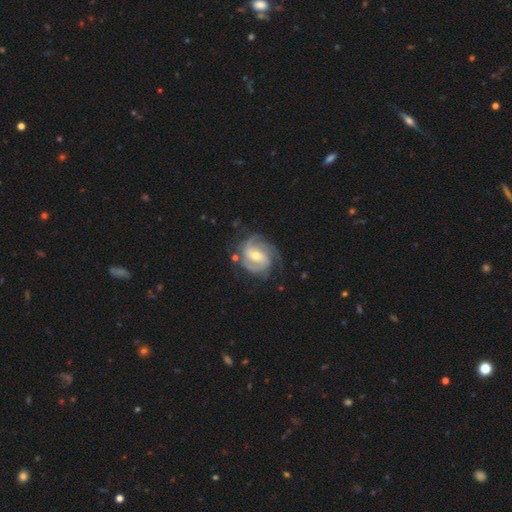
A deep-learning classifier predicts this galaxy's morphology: Smooth or featured: featured or disk — 89% (smooth — 7%)
Edge-on disk: no — 98% (yes — 2%)
Bar: weak — 46% (no — 34%)
Spiral arms: yes — 97% (no — 3%)
Spiral winding: tight — 52% (medium — 39%)
Spiral arm count: 3 — 36% (2 — 33%)
Bulge size: moderate — 54% (small — 42%)
Merging: none — 68% (minor disturbance — 20%)